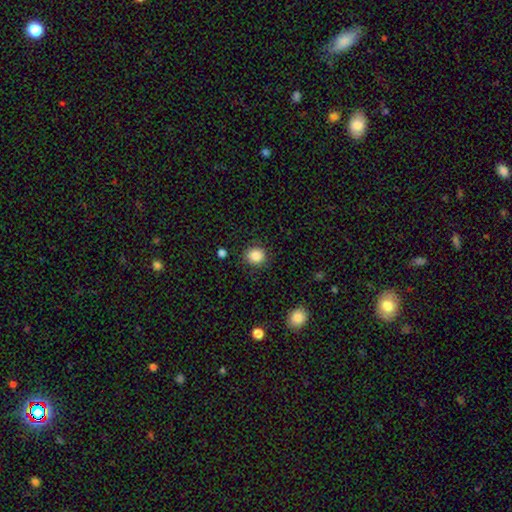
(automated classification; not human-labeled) The model was most divided on "how rounded": round: 85%, in between: 15%, cigar-shaped: 1%. More confident: merging — none (87%); smooth or featured — smooth (87%).